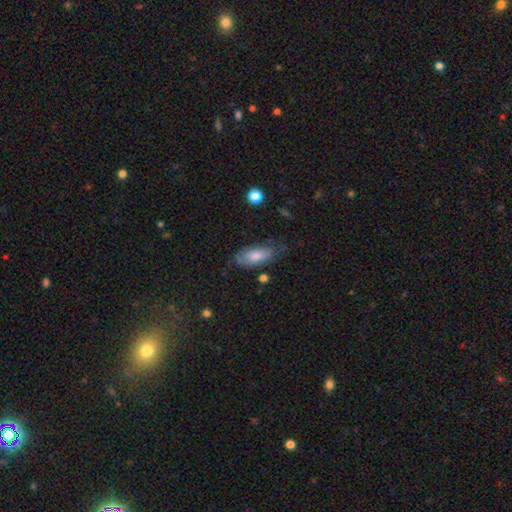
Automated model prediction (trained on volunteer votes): smooth_or_featured: smooth (p=0.68) [alt: featured or disk p=0.24]
how_rounded: in between (p=0.80) [alt: cigar-shaped p=0.17]
merging: none (p=0.65) [alt: minor disturbance p=0.26]